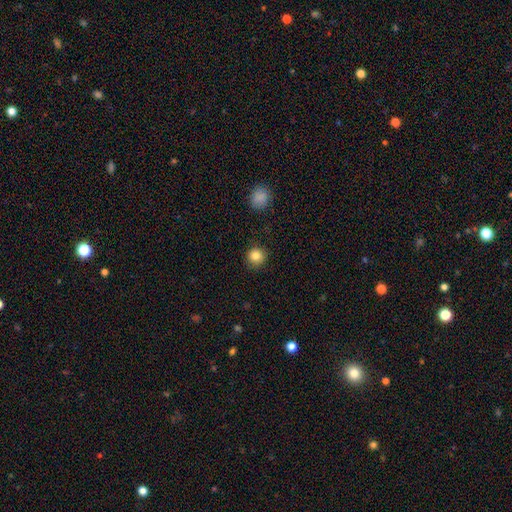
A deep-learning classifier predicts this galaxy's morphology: The model was most divided on "smooth or featured": smooth: 83%, star or artifact: 11%, featured or disk: 6%. More confident: how rounded — round (93%); merging — none (89%).